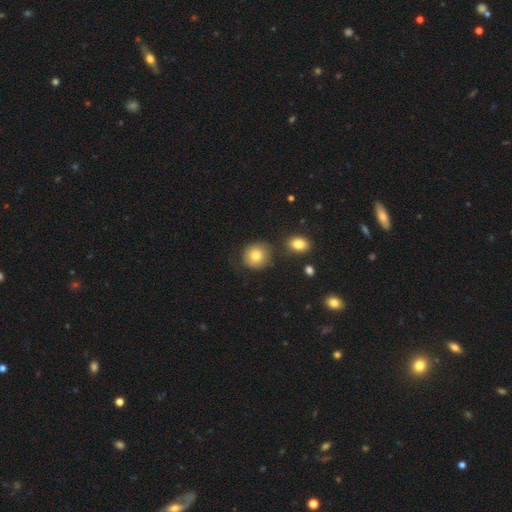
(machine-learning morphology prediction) A smooth galaxy with no disk features (81%) that is round (85%). Merging: none (74%).